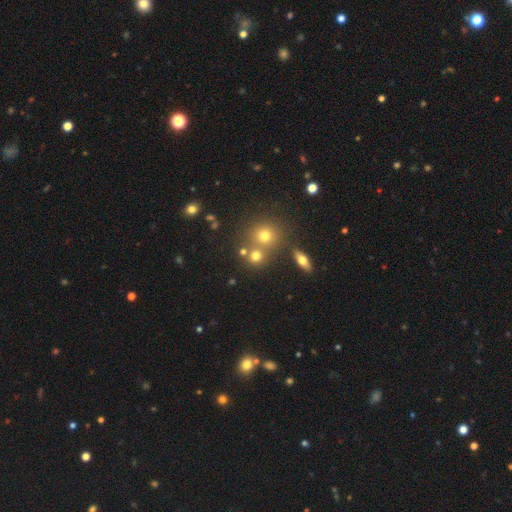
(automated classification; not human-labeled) Smooth or featured? Predicted: smooth (p=0.71). How rounded? Predicted: round (p=0.85). Merging? Predicted: none (p=0.59).